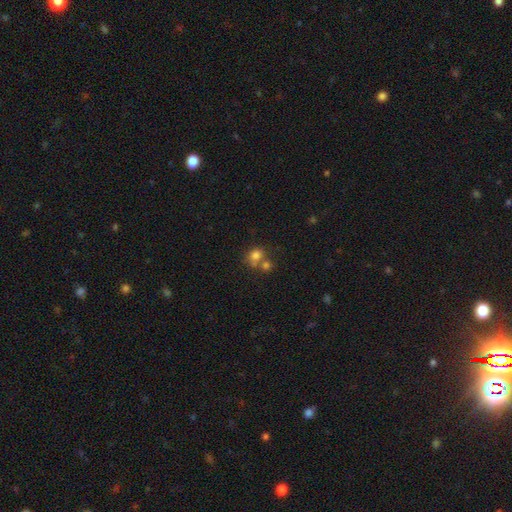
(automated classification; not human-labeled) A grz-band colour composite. It shows a smooth galaxy with no disk features (77%) that is round (71%). Merging: none (43%, tied with merger).